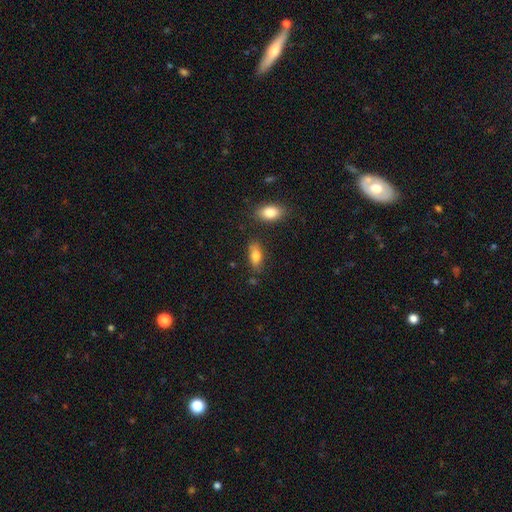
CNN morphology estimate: A smooth galaxy with no disk features (76%) that is in between round and cigar-shaped (81%). Merging: none (73%).